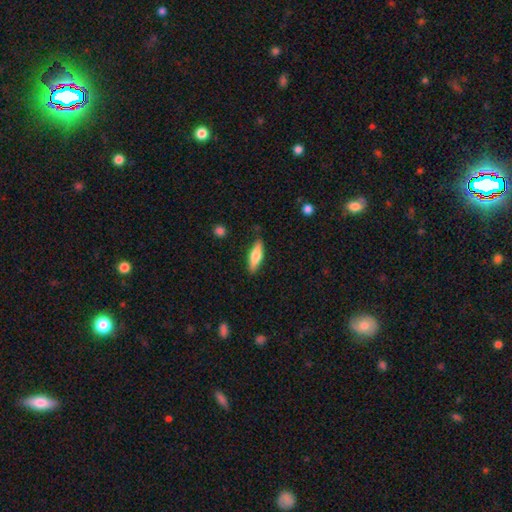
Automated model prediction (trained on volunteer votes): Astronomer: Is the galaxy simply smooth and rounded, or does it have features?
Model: smooth — 66%.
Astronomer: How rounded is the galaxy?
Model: cigar-shaped — 56% (runner-up: in between, 42%).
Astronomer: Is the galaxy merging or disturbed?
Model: none — 85%.